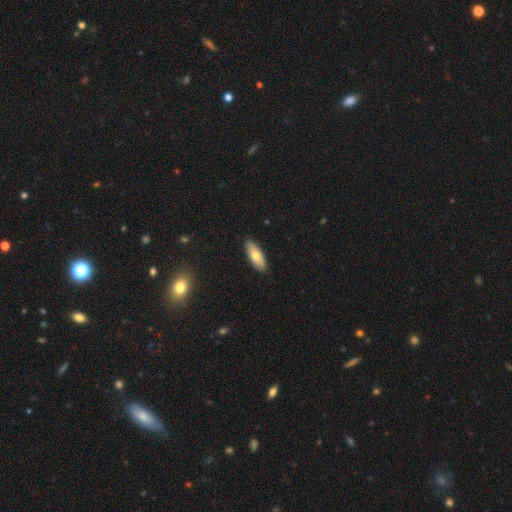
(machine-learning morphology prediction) A smooth galaxy with no disk features (71%) that is in between round and cigar-shaped (75%). Merging: none (88%).